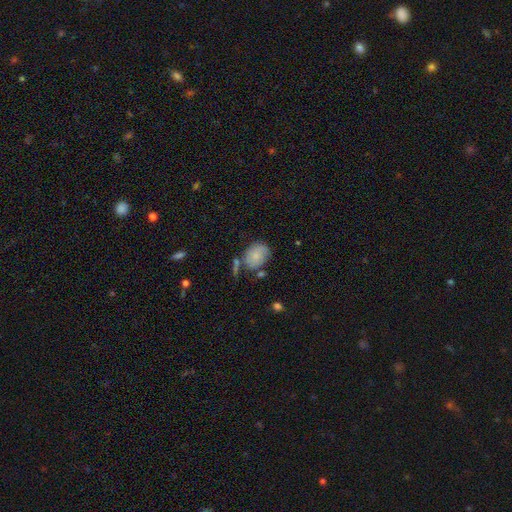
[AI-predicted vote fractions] Smooth or featured?
  - smooth: 74% *
  - featured or disk: 18%
  - star or artifact: 8%
How rounded?
  - in between: 61% *
  - round: 37%
  - cigar-shaped: 1%
Merging?
  - none: 54% *
  - minor disturbance: 26%
  - merger: 11%
  - major disturbance: 9%